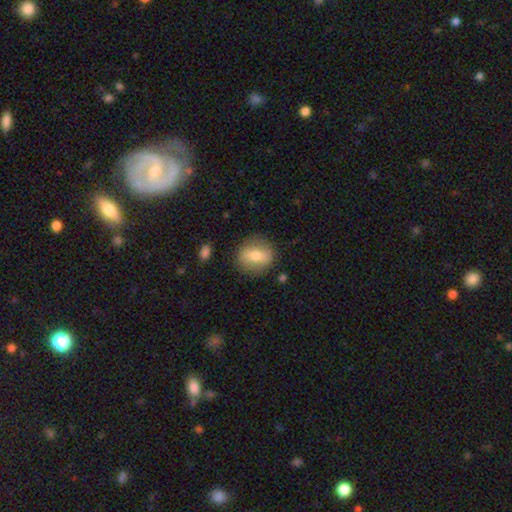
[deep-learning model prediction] A smooth galaxy with no disk features (62%) that is round (69%).

Vote fractions:
- Smooth or featured? smooth: 62% / featured or disk: 30% / star or artifact: 8%
- How rounded? round: 69% / in between: 28% / cigar-shaped: 2%
- Merging? none: 84% / minor disturbance: 11% / major disturbance: 3% / merger: 2%